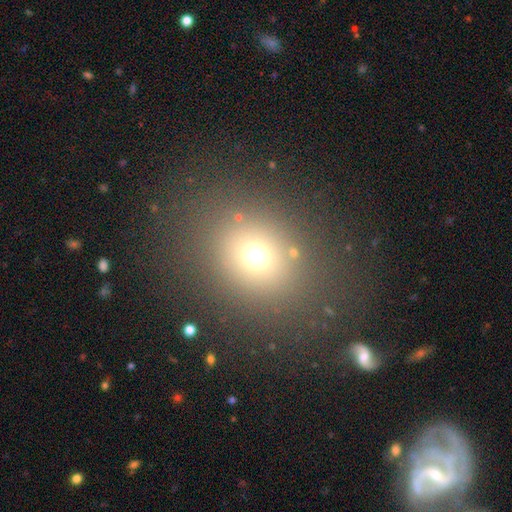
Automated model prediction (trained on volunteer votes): smooth_or_featured: smooth (p=0.67) [alt: star or artifact p=0.23]
how_rounded: round (p=0.65) [alt: in between p=0.34]
merging: none (p=0.81) [alt: minor disturbance p=0.09]